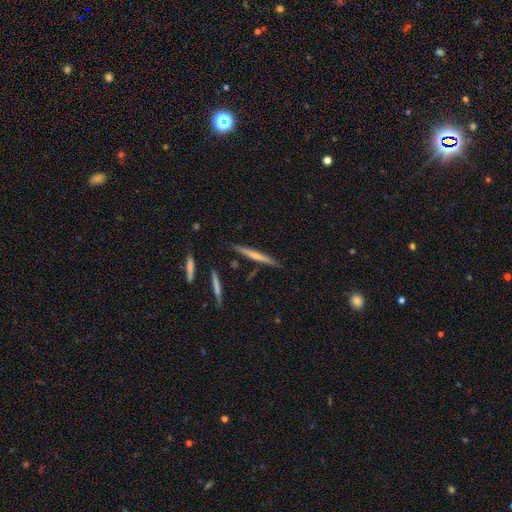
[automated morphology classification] This is possibly a smooth galaxy (49%). Merging: clearly none (86%).